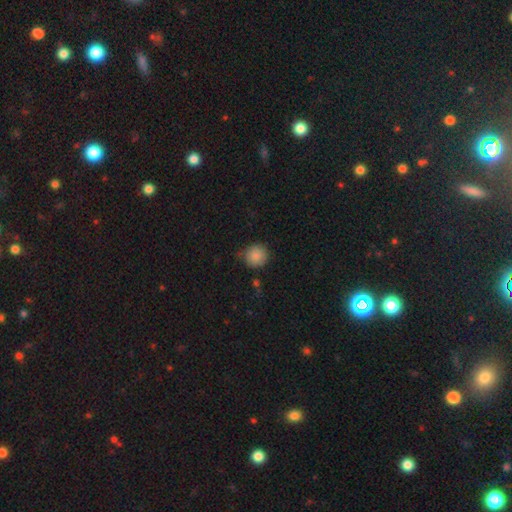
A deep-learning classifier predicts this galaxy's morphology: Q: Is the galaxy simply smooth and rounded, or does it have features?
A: smooth — 87%.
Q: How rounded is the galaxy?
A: round — 91%.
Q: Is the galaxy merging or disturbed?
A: none — 77%.